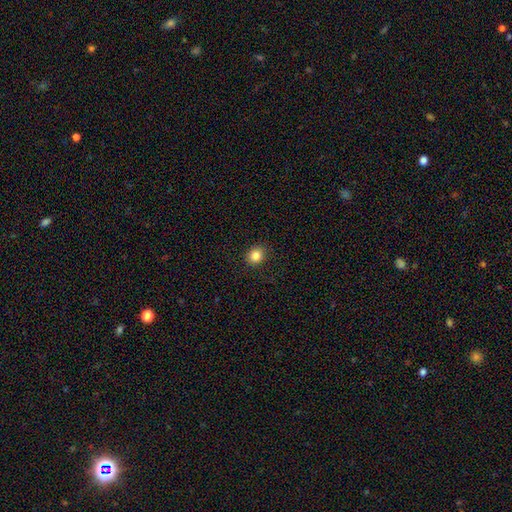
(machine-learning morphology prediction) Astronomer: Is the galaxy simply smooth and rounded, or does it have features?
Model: smooth — 85%.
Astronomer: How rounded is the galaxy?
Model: round — 78%.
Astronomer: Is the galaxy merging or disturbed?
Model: none — 90%.